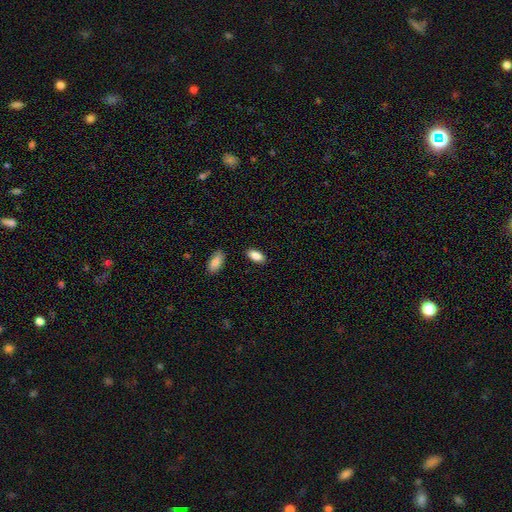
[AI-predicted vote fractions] smooth-or-featured: smooth: 86% | featured or disk: 7% | star or artifact: 7%
  how-rounded: in between: 89% | cigar-shaped: 9% | round: 2%
  merging: none: 87% | minor disturbance: 8% | merger: 2% | major disturbance: 2%